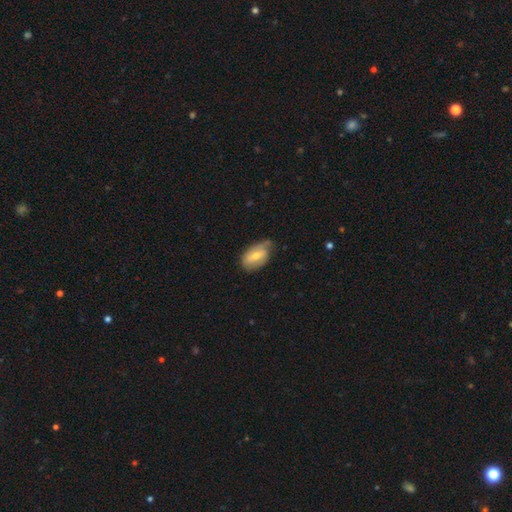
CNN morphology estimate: Smooth or featured: smooth — 48% (featured or disk — 45%)
Merging: none — 49% (minor disturbance — 37%)